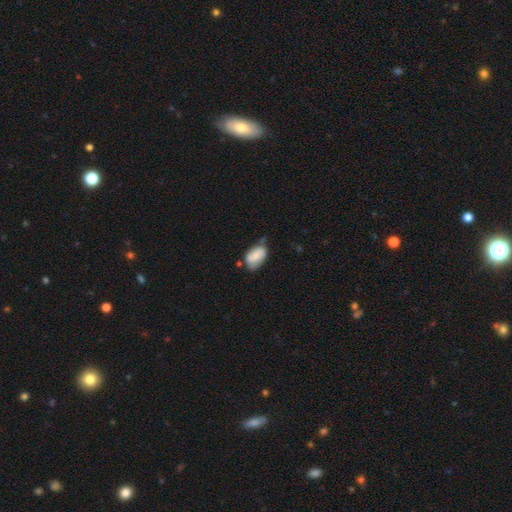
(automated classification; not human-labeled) Smooth or featured? smooth (70%)
How rounded? in between (89%)
Merging? none (45%)